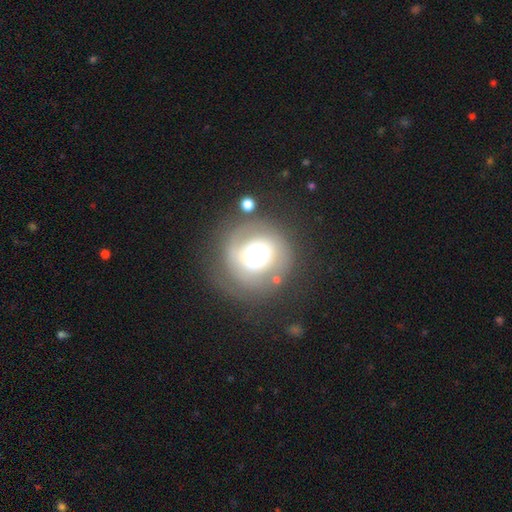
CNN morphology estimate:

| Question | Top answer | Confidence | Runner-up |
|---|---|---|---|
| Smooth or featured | featured or disk | 47% | smooth (41%) |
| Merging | none | 64% | minor disturbance (16%) |